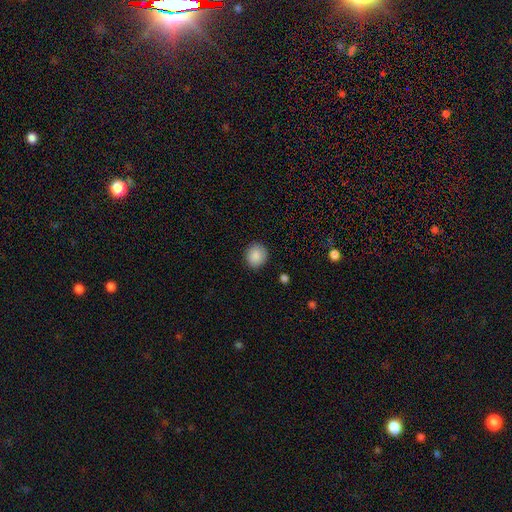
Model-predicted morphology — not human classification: A smooth galaxy with no disk features (89%) that is round (82%). Merging: none (88%).